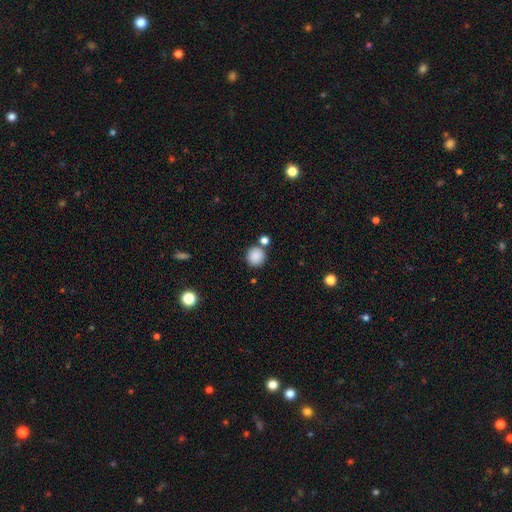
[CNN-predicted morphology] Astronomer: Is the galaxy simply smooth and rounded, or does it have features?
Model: smooth — 87%.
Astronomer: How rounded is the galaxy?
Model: round — 91%.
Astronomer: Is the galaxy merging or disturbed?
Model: none — 77%.